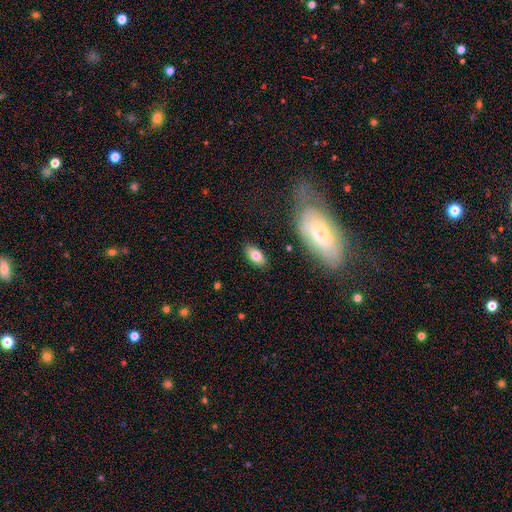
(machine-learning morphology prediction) This is likely a smooth galaxy (79%). How rounded: clearly in between (91%). Merging: clearly none (86%).